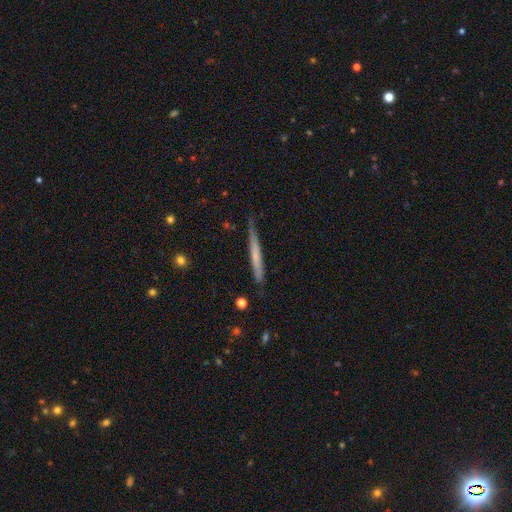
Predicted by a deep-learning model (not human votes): The model was most divided on "smooth or featured": smooth: 53%, featured or disk: 41%, star or artifact: 6%. More confident: how rounded — cigar-shaped (96%); merging — none (76%).